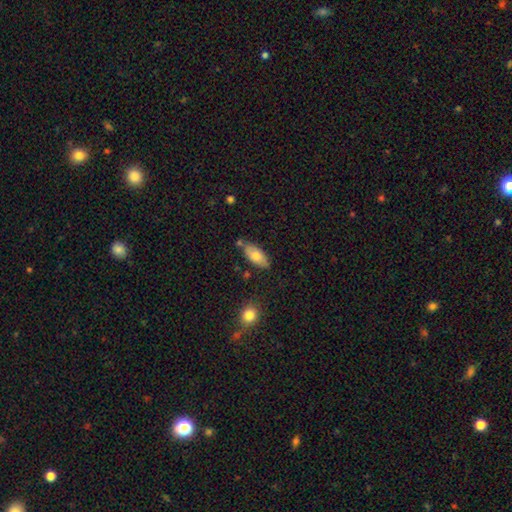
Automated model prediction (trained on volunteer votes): smooth 75%, featured or disk 18%, star or artifact 6%. Down the decision tree: how rounded — in between (88%); merging — none (72%).